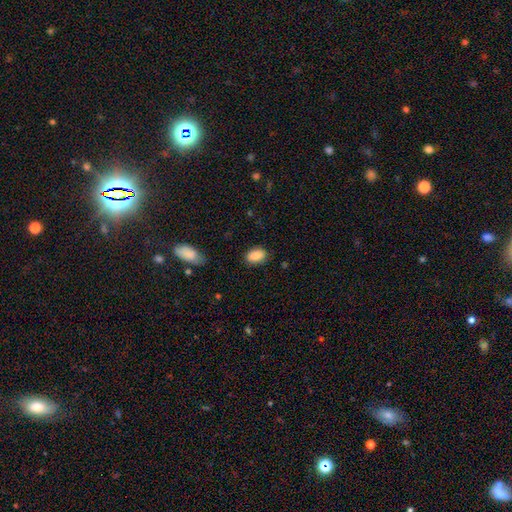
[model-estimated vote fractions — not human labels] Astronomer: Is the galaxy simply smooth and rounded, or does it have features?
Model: smooth — 89%.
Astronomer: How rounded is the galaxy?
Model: in between — 89%.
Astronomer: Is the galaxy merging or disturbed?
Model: none — 83%.